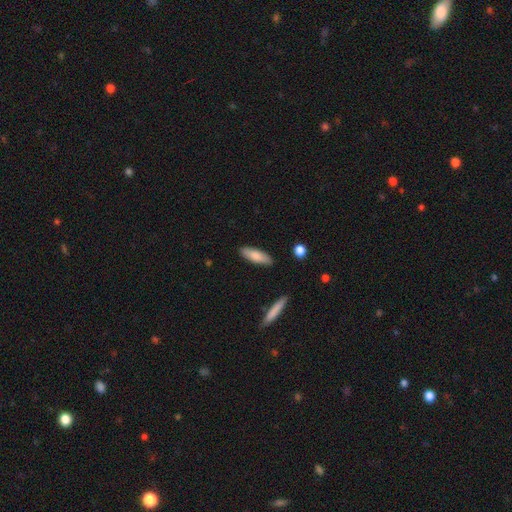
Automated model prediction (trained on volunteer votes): The model was most divided on "how rounded": in between: 50%, cigar-shaped: 48%, round: 2%. More confident: merging — none (86%); smooth or featured — smooth (80%).